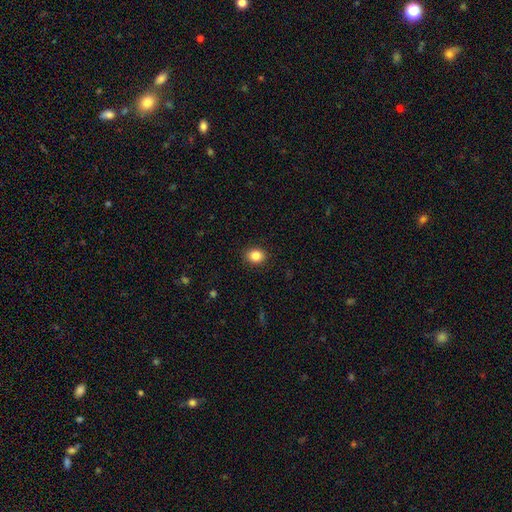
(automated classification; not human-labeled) Smooth or featured? smooth (86%)
How rounded? round (61%)
Merging? none (90%)